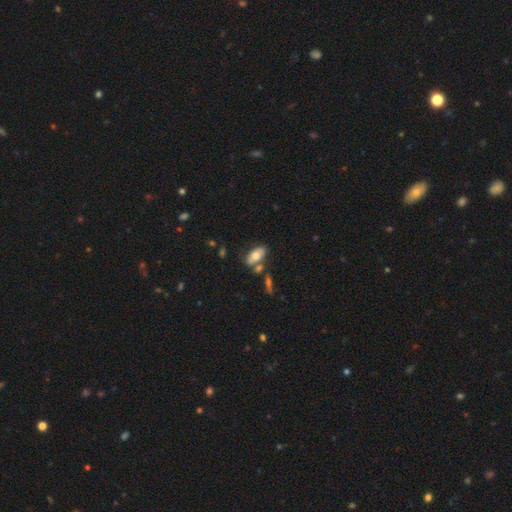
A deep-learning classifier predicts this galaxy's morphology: Smooth or featured?
  - smooth: 67% *
  - featured or disk: 26%
  - star or artifact: 7%
How rounded?
  - in between: 89% *
  - cigar-shaped: 8%
  - round: 3%
Merging?
  - none: 63% *
  - merger: 18%
  - minor disturbance: 14%
  - major disturbance: 4%